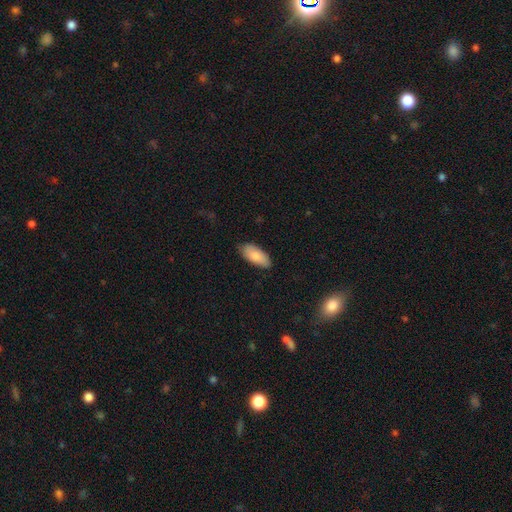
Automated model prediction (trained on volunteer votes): The model was most divided on "merging": none: 81%, minor disturbance: 16%, major disturbance: 2%, merger: 1%. More confident: how rounded — in between (89%); smooth or featured — smooth (85%).